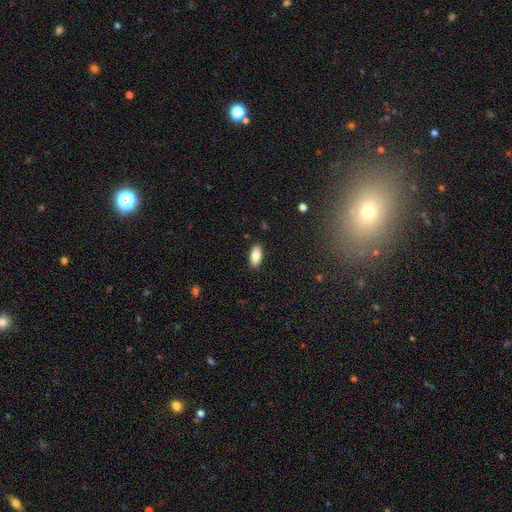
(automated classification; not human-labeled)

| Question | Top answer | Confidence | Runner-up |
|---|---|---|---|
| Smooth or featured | smooth | 85% | featured or disk (8%) |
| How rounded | in between | 88% | cigar-shaped (10%) |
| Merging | none | 89% | minor disturbance (8%) |